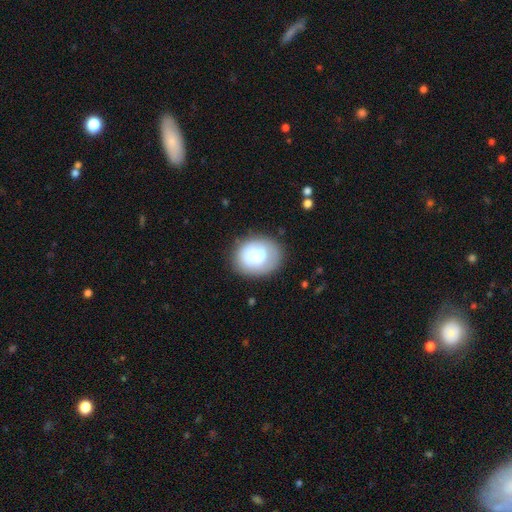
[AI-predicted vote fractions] smooth 73%, featured or disk 20%, star or artifact 8%. Down the decision tree: how rounded — round (55%); merging — none (64%).